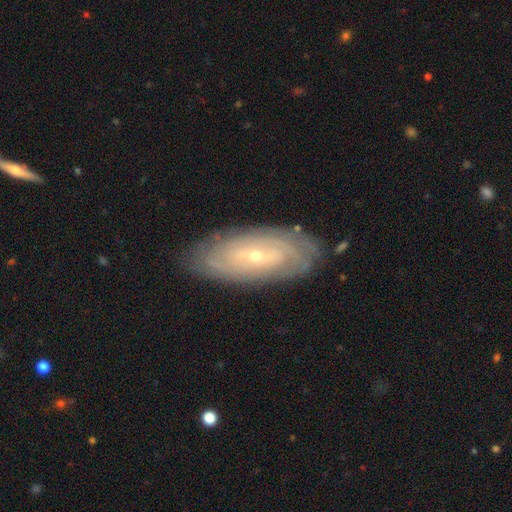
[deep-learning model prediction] Morphology: type=featured or disk (78%); edge-on=no (89%); bar=no (51%); spiral arms=yes (85%); winding=tight (77%); arm count=can't tell (59%); bulge=small (73%); merging=none (83%).